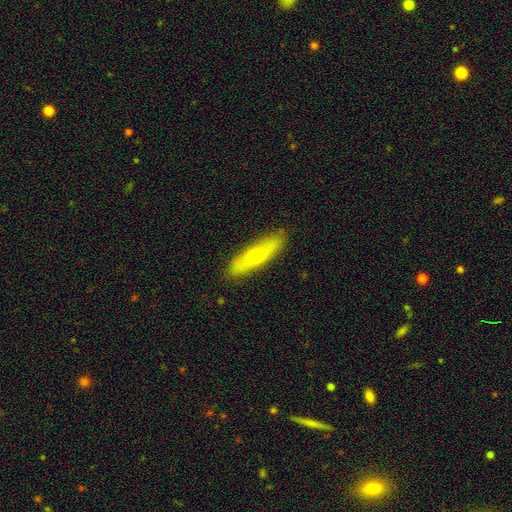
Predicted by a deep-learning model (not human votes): Overall: smooth (61%; featured or disk 33%). How rounded: cigar-shaped (67%; in between 31%). Merging: none (82%).